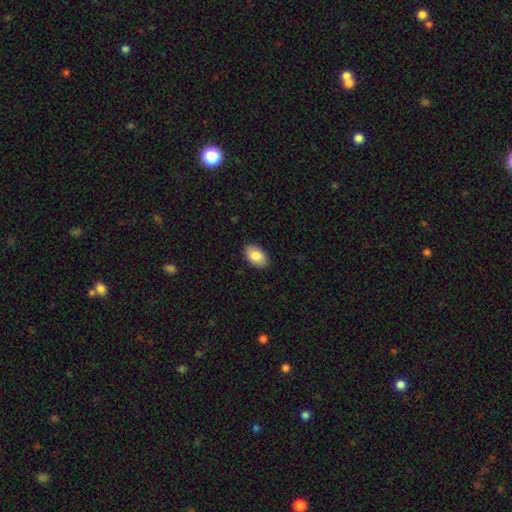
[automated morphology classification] type=smooth (87%); roundness=in between (92%); merging=none (89%).